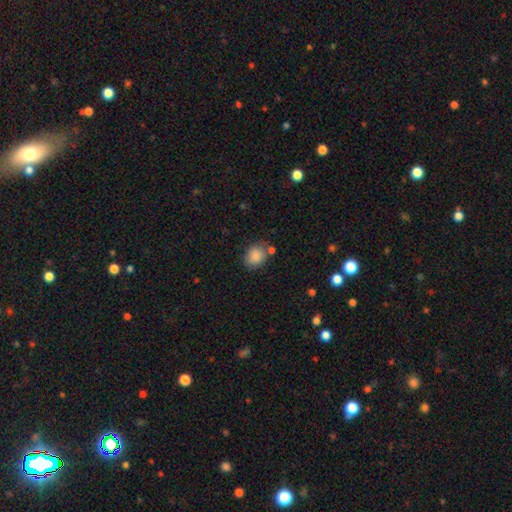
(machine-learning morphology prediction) This is clearly a smooth galaxy (87%). How rounded: possibly in between (53%). Merging: likely none (70%).